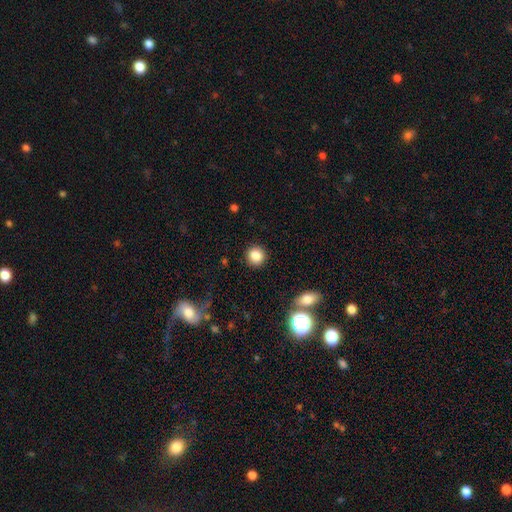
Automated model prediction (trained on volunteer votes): Morphology: type=smooth (84%); roundness=round (92%); merging=none (91%).